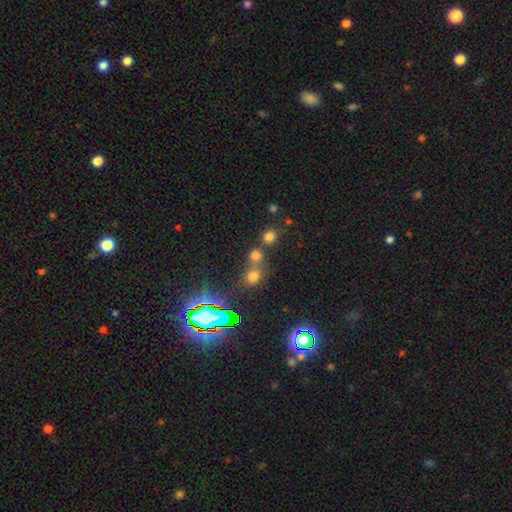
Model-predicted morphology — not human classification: smooth_or_featured: smooth (p=0.64) [alt: star or artifact p=0.29]
how_rounded: round (p=0.83) [alt: in between p=0.15]
merging: none (p=0.59) [alt: merger p=0.32]